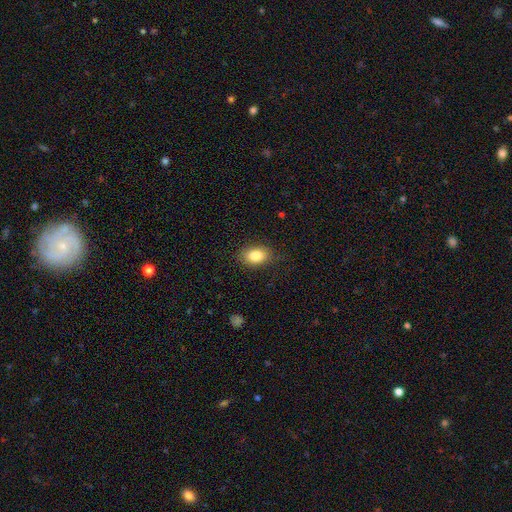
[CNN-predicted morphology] Smooth or featured?
  - smooth: 84% *
  - star or artifact: 8%
  - featured or disk: 7%
How rounded?
  - in between: 83% *
  - round: 16%
  - cigar-shaped: 1%
Merging?
  - none: 84% *
  - minor disturbance: 12%
  - major disturbance: 3%
  - merger: 1%